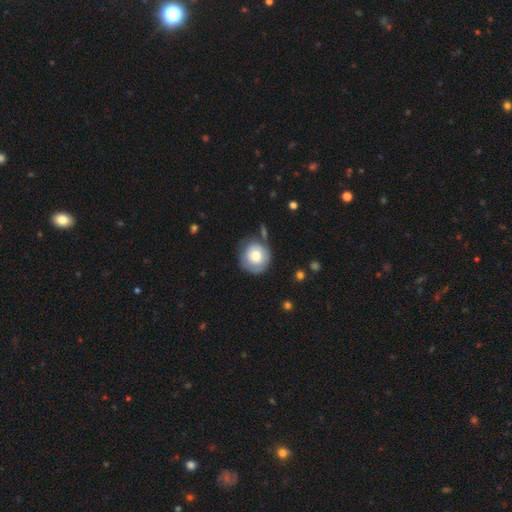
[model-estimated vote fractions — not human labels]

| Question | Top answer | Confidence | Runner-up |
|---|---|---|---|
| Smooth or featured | smooth | 68% | featured or disk (25%) |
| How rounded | round | 91% | in between (8%) |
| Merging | none | 66% | minor disturbance (21%) |